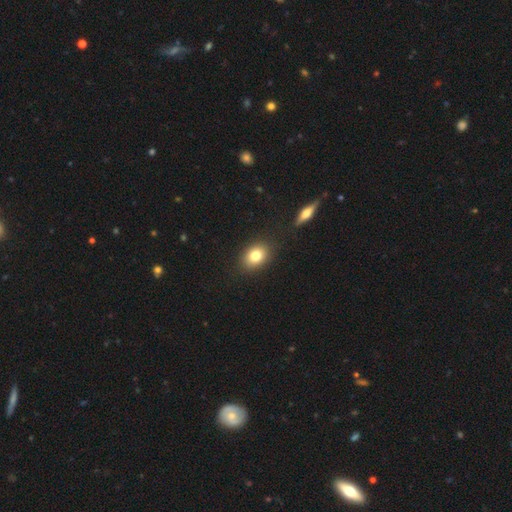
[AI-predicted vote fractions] This appears to be a smooth galaxy with no disk features (79%) that is in between round and cigar-shaped (68%). Merging: none (86%).